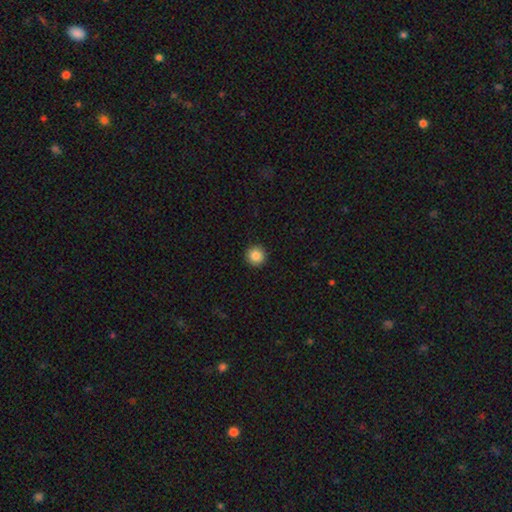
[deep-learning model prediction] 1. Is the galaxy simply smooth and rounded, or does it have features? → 86% smooth, 9% star or artifact, 4% featured or disk.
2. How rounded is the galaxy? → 96% round, 3% in between, 1% cigar-shaped.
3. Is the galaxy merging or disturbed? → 93% none, 4% minor disturbance, 1% major disturbance, 1% merger.